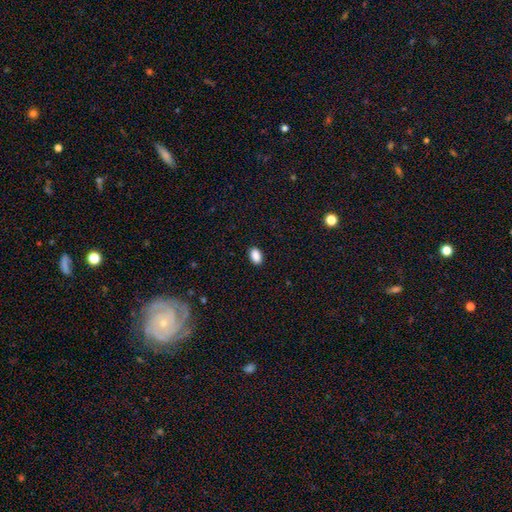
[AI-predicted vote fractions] Smooth or featured? Predicted: smooth (p=0.89). How rounded? Predicted: in between (p=0.89). Merging? Predicted: none (p=0.90).